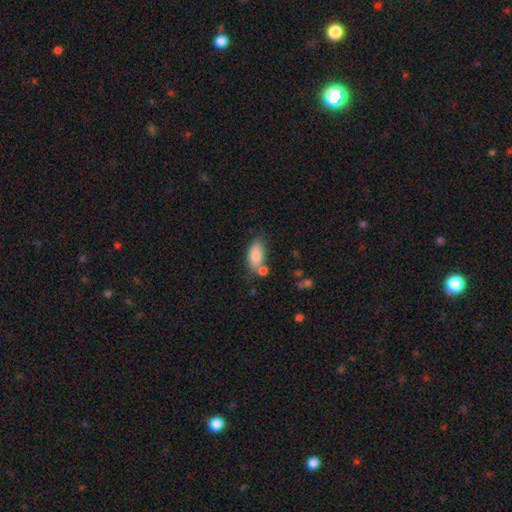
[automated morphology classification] smooth_or_featured: smooth (p=0.84) [alt: featured or disk p=0.09]
how_rounded: in between (p=0.89) [alt: cigar-shaped p=0.08]
merging: none (p=0.57) [alt: minor disturbance p=0.19]